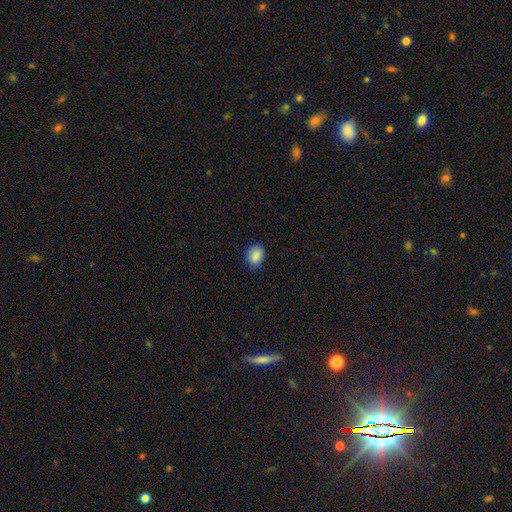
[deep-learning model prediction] Morphology: type=smooth (88%); roundness=in between (60%); merging=none (78%).